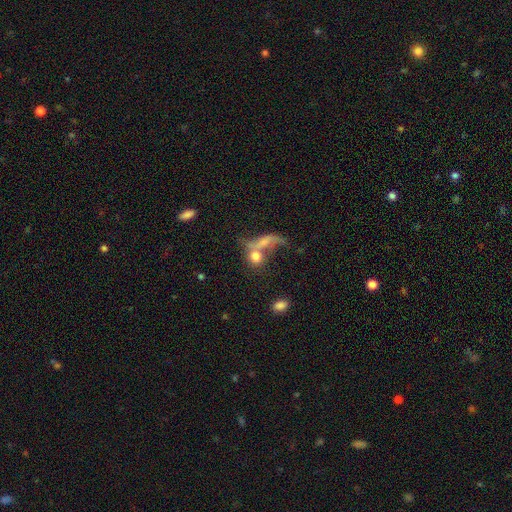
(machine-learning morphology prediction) Overall: smooth (66%). How rounded: round (60%; in between 33%). Merging: merger (48%; none 28%).